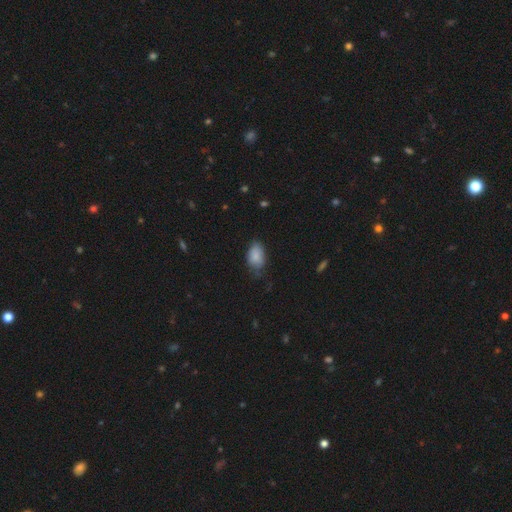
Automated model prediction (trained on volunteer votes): A smooth galaxy with no disk features (85%) that is in between round and cigar-shaped (89%). Merging: none (58%).